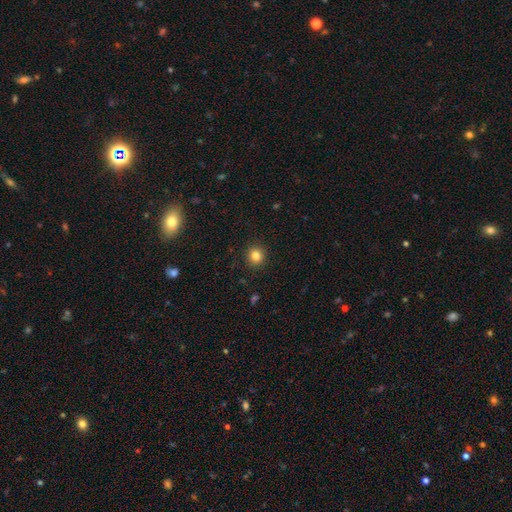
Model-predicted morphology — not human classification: Smooth or featured? Predicted: smooth (p=0.83). How rounded? Predicted: round (p=0.89). Merging? Predicted: none (p=0.91).